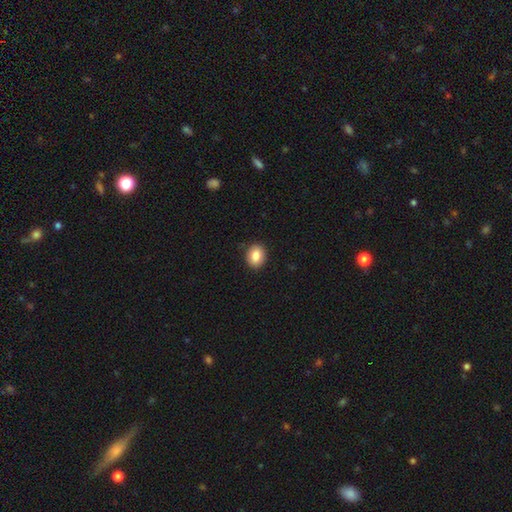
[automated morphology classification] smooth_or_featured: smooth (p=0.85) [alt: star or artifact p=0.08]
how_rounded: round (p=0.50) [alt: in between p=0.49]
merging: none (p=0.89) [alt: minor disturbance p=0.08]